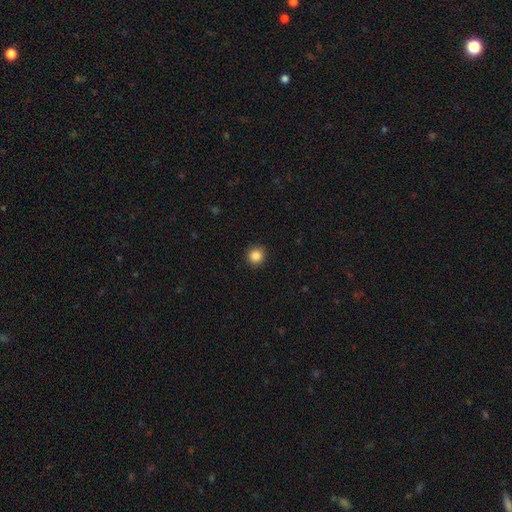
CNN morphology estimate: Overall: smooth (86%). How rounded: round (92%). Merging: none (92%).